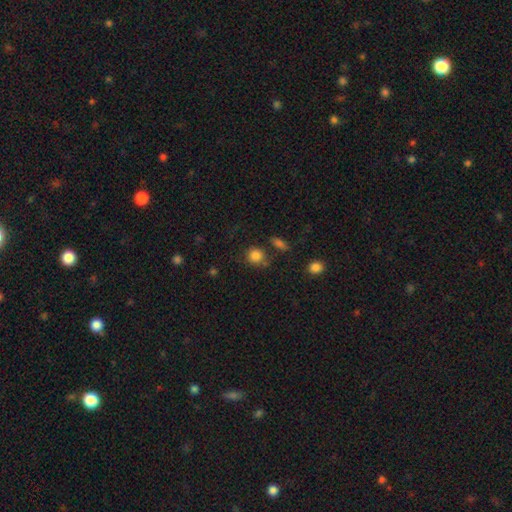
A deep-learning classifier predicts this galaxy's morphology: This appears to be a smooth galaxy with no disk features (84%) that is round (86%). Merging: none (70%).